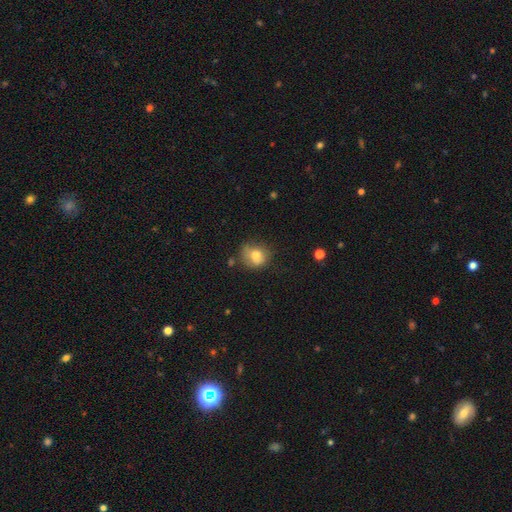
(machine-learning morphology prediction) smooth-or-featured: smooth: 70% | featured or disk: 19% | star or artifact: 10%
  how-rounded: round: 71% | in between: 28% | cigar-shaped: 1%
  merging: none: 54% | minor disturbance: 29% | major disturbance: 11% | merger: 5%